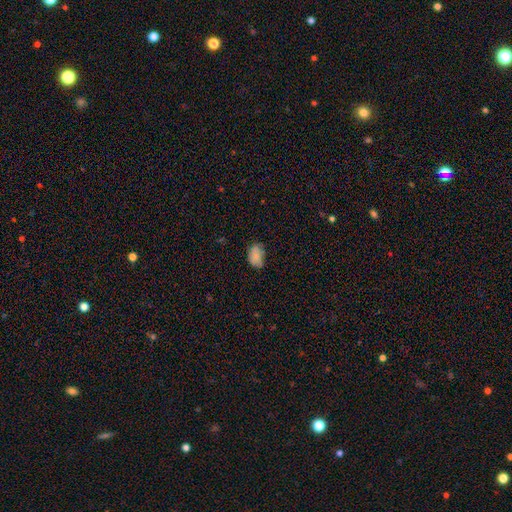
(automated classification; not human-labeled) Smooth or featured? Predicted: smooth (p=0.82). How rounded? Predicted: in between (p=0.85). Merging? Predicted: none (p=0.60).